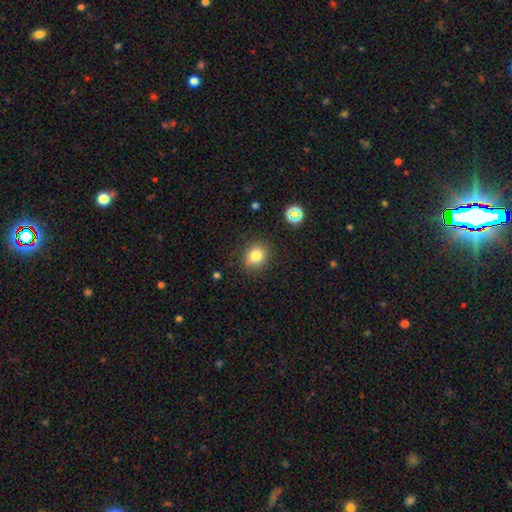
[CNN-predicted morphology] smooth_or_featured: smooth (p=0.79) [alt: star or artifact p=0.13]
how_rounded: round (p=0.68) [alt: in between p=0.31]
merging: none (p=0.85) [alt: minor disturbance p=0.10]